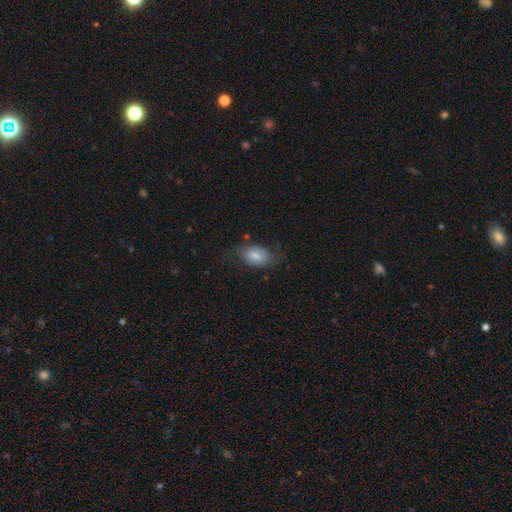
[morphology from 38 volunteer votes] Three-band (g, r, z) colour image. It shows a smooth galaxy with no disk features (76%) that is in between round and cigar-shaped (90%). Merging: none (78%).